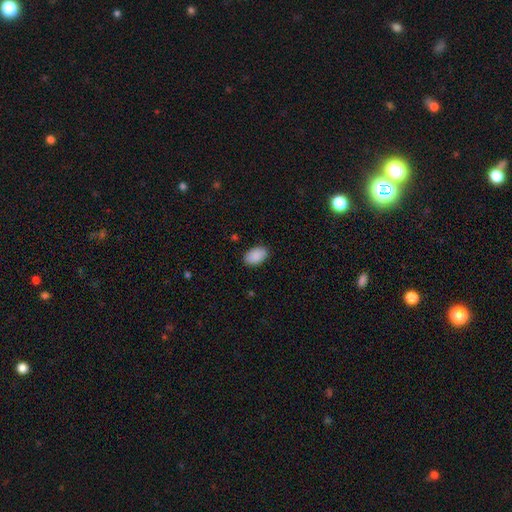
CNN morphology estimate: Smooth or featured? smooth (91%)
How rounded? in between (92%)
Merging? none (88%)